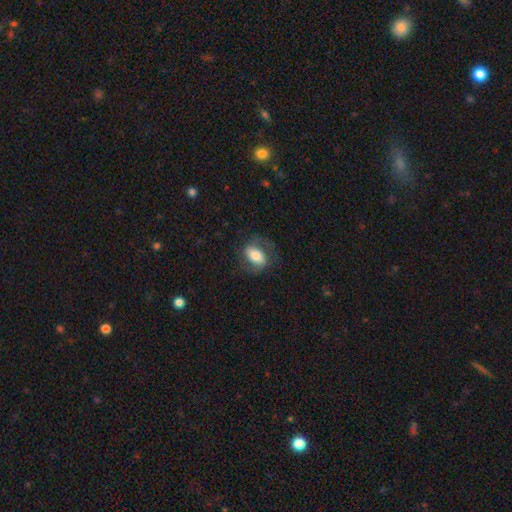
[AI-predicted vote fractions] A smooth galaxy with no disk features (56%) that is in between round and cigar-shaped (82%).

Vote fractions:
- Smooth or featured? smooth: 56% / featured or disk: 37% / star or artifact: 8%
- How rounded? in between: 82% / round: 15% / cigar-shaped: 3%
- Merging? none: 67% / minor disturbance: 19% / major disturbance: 13% / merger: 1%